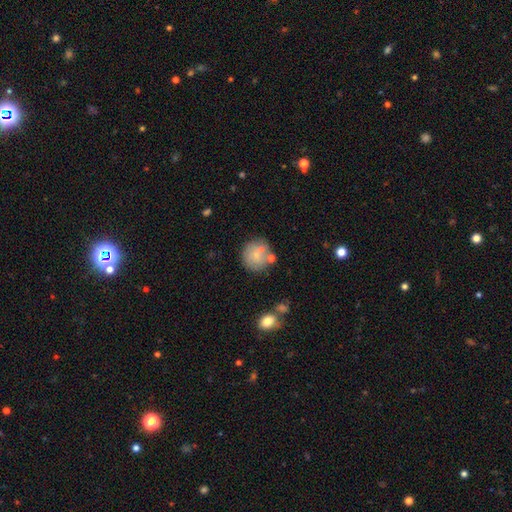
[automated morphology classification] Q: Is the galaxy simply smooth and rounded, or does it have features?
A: smooth — 71%.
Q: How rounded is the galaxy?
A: round — 91%.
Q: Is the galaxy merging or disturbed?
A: none — 65%.